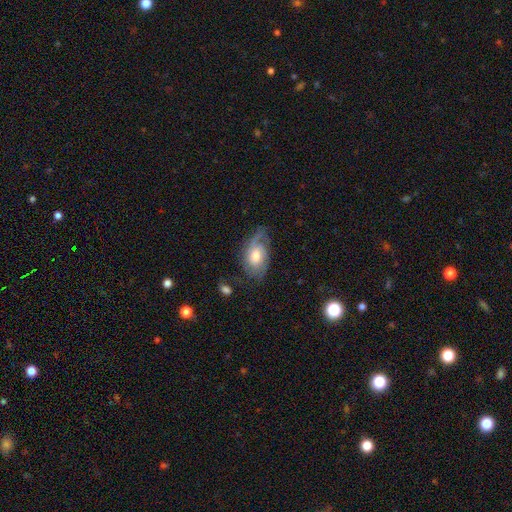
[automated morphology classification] Smooth or featured?
  - featured or disk: 69% *
  - smooth: 24%
  - star or artifact: 6%
Edge-on disk?
  - no: 94% *
  - yes: 6%
Bar?
  - no: 68% *
  - weak: 28%
  - strong: 4%
Spiral arms?
  - yes: 89% *
  - no: 11%
Spiral winding?
  - tight: 42% *
  - medium: 38%
  - loose: 20%
Spiral arm count?
  - 2: 42% *
  - 1: 23%
  - can't tell: 23%
  - 3: 7%
  - 4: 2%
  - more than 4: 2%
Bulge size?
  - moderate: 63% *
  - large: 20%
  - small: 13%
  - none: 2%
  - dominant: 2%
Merging?
  - none: 59% *
  - minor disturbance: 24%
  - major disturbance: 15%
  - merger: 2%